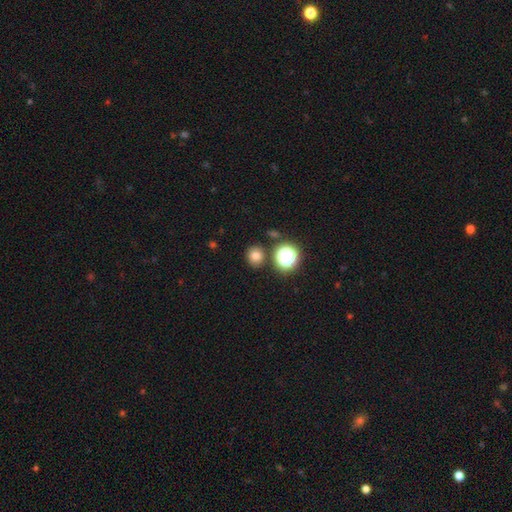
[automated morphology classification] Overall: smooth (74%). How rounded: round (85%). Merging: none (85%).